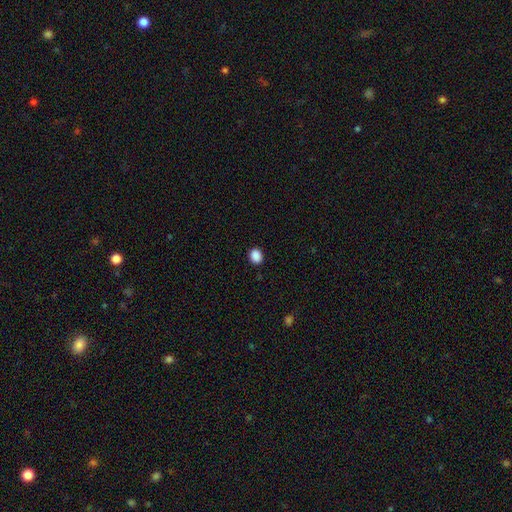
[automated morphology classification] A smooth galaxy with no disk features (89%) that is round (59%). Merging: none (90%).